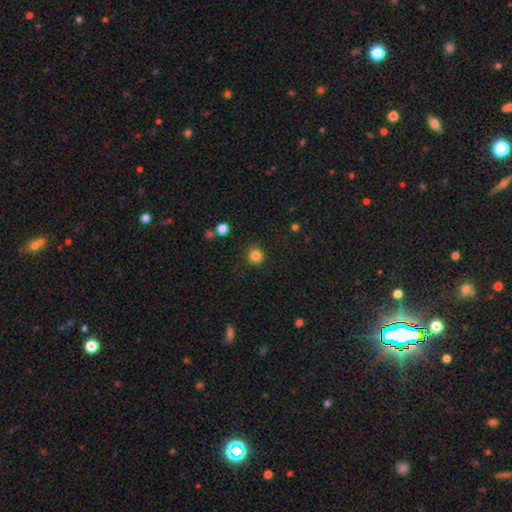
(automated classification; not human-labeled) A smooth galaxy with no disk features (84%) that is round (94%).

Vote fractions:
- Smooth or featured? smooth: 84% / star or artifact: 12% / featured or disk: 4%
- How rounded? round: 94% / in between: 5% / cigar-shaped: 1%
- Merging? none: 89% / minor disturbance: 7% / major disturbance: 2% / merger: 2%